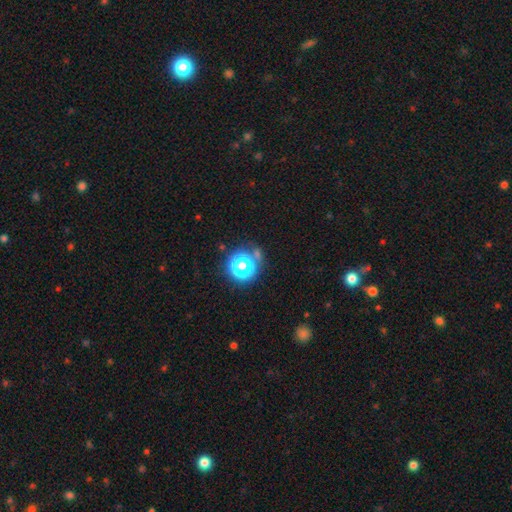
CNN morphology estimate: A smooth galaxy with no disk features (55%) that is round (90%). Merging: none (77%).